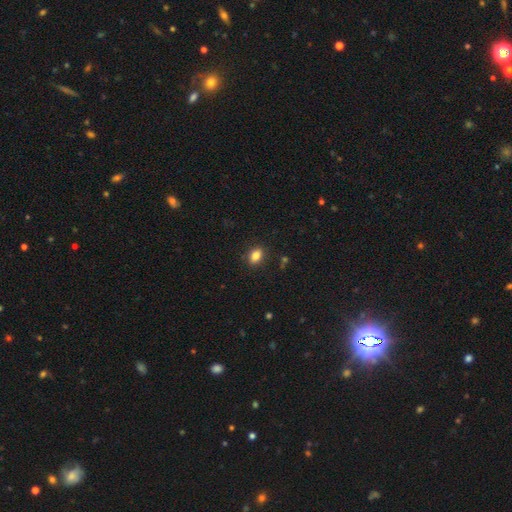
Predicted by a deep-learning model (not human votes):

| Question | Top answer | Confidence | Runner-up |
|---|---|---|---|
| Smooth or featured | smooth | 83% | star or artifact (10%) |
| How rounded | in between | 77% | round (21%) |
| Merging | none | 87% | minor disturbance (9%) |